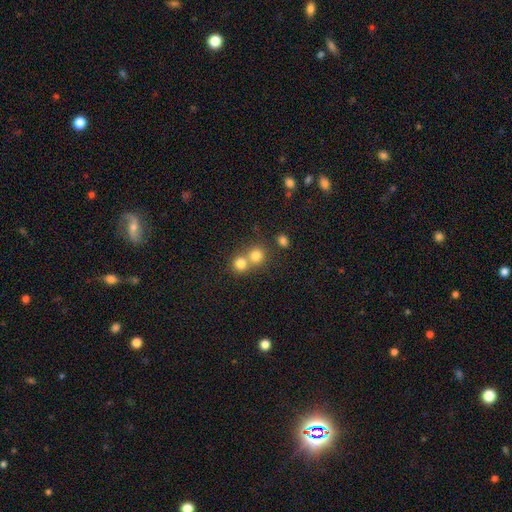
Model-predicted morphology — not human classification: Smooth or featured: smooth — 78% (star or artifact — 13%)
How rounded: round — 86% (in between — 13%)
Merging: merger — 47% (none — 46%)